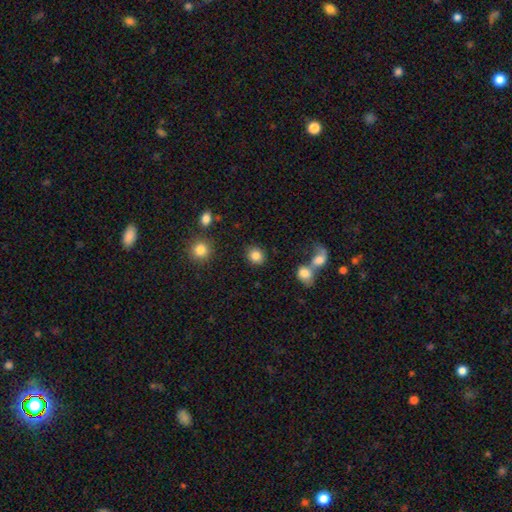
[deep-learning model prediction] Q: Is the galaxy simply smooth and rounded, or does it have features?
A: smooth — 84%.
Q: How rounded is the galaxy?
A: round — 70%.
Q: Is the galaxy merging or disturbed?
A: none — 83%.